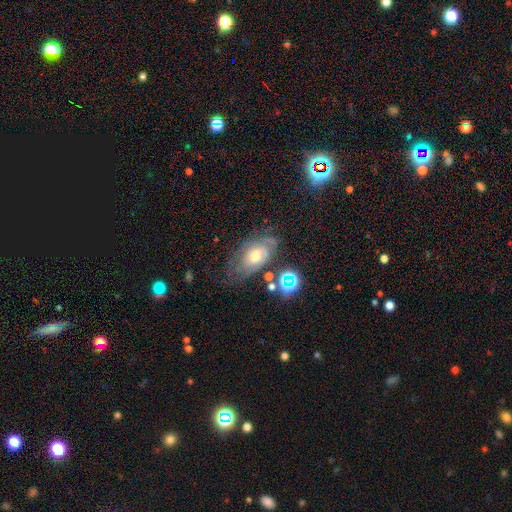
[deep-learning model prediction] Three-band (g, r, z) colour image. It shows a featured or disk galaxy (69%) with no bar (66%), tight (63%) spiral arms (86%) and a moderate central bulge (67%). Merging: none (61%).